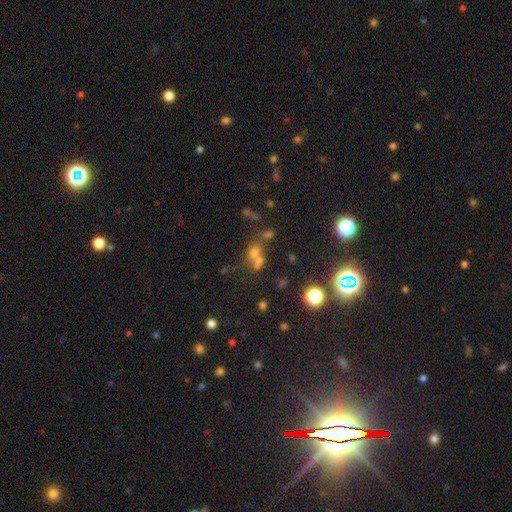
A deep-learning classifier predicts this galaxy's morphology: Smooth or featured? smooth (55%)
How rounded? round (68%)
Merging? merger (49%)